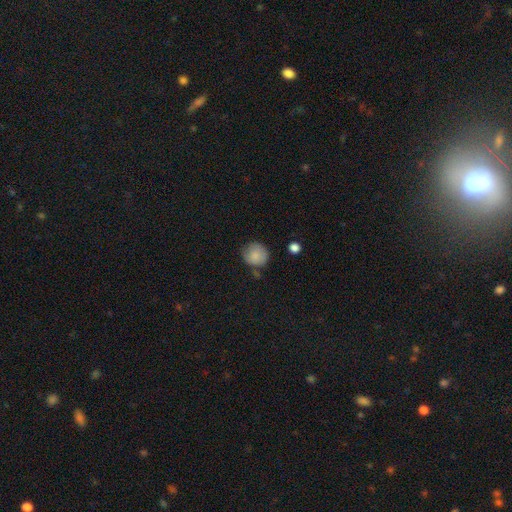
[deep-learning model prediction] A smooth galaxy with no disk features (81%) that is round (86%). Merging: none (65%).